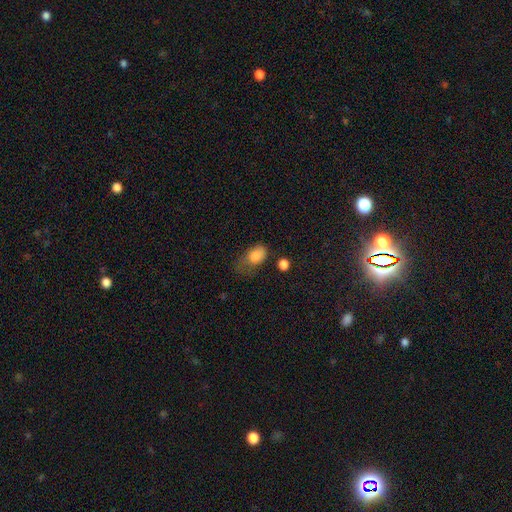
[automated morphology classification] smooth-or-featured: smooth: 82% | star or artifact: 10% | featured or disk: 8%
  how-rounded: in between: 79% | round: 20% | cigar-shaped: 2%
  merging: minor disturbance: 35% | major disturbance: 34% | none: 27% | merger: 5%